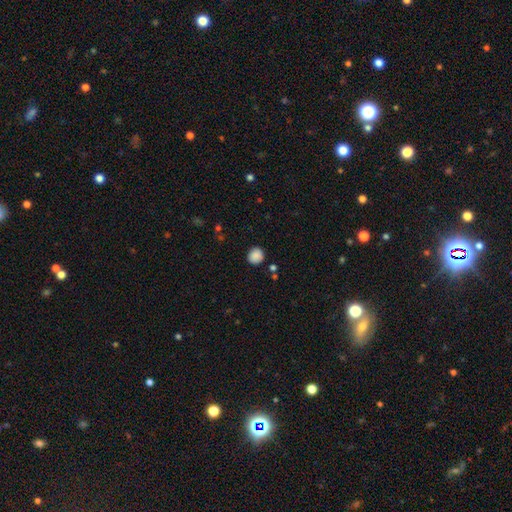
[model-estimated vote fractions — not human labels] This appears to be a smooth galaxy with no disk features (88%) that is round (86%). Merging: none (85%).